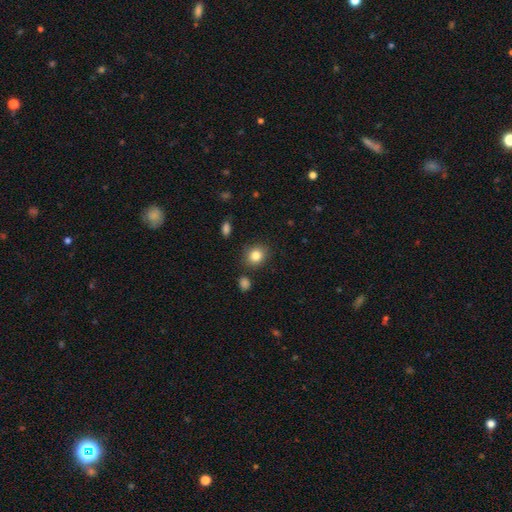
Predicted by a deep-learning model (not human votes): smooth-or-featured: smooth: 84% | star or artifact: 10% | featured or disk: 6%
  how-rounded: round: 69% | in between: 30% | cigar-shaped: 1%
  merging: none: 85% | minor disturbance: 9% | merger: 3% | major disturbance: 3%